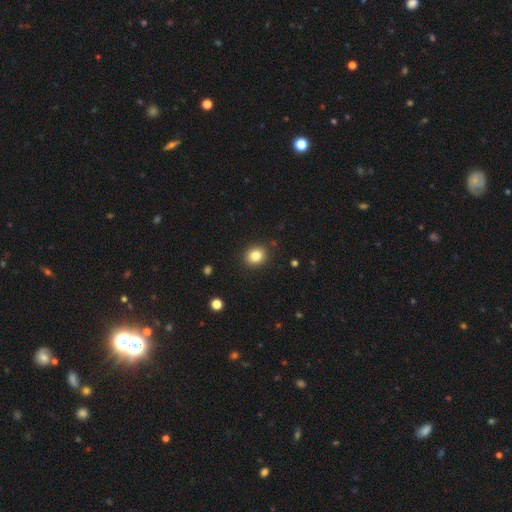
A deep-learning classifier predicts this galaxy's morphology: A smooth galaxy with no disk features (84%) that is round (69%).

Vote fractions:
- Smooth or featured? smooth: 84% / star or artifact: 10% / featured or disk: 6%
- How rounded? round: 69% / in between: 30% / cigar-shaped: 1%
- Merging? none: 90% / minor disturbance: 7% / major disturbance: 2% / merger: 1%